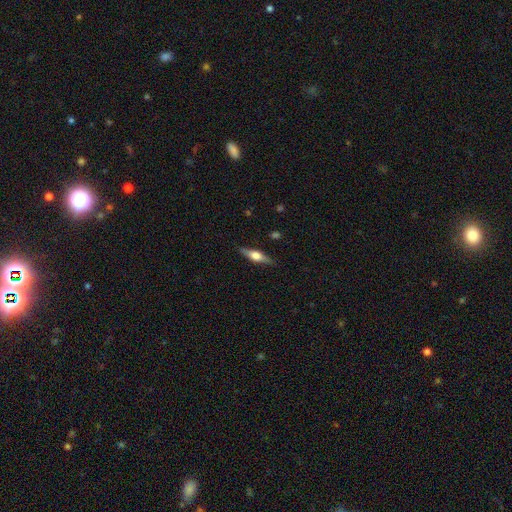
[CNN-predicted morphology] Q: Smooth or featured?
A: featured or disk (63%); runner-up: smooth (31%)
Q: Edge-on disk?
A: yes (96%); runner-up: no (4%)
Q: Edge-on bulge?
A: rounded (92%); runner-up: boxy (7%)
Q: Merging?
A: none (88%); runner-up: minor disturbance (9%)